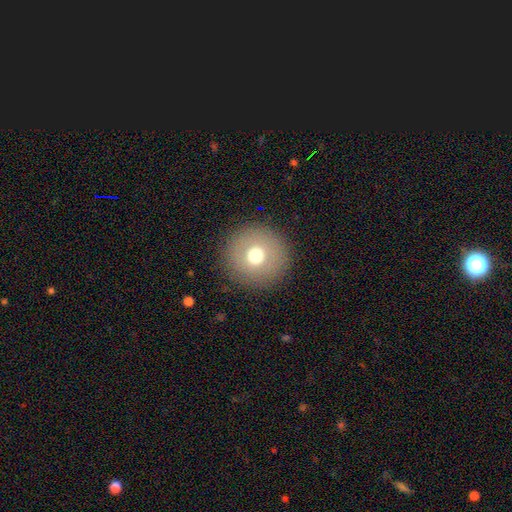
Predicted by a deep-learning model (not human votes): The model was most divided on "smooth or featured": smooth: 70%, featured or disk: 17%, star or artifact: 13%. More confident: how rounded — round (96%); merging — none (90%).